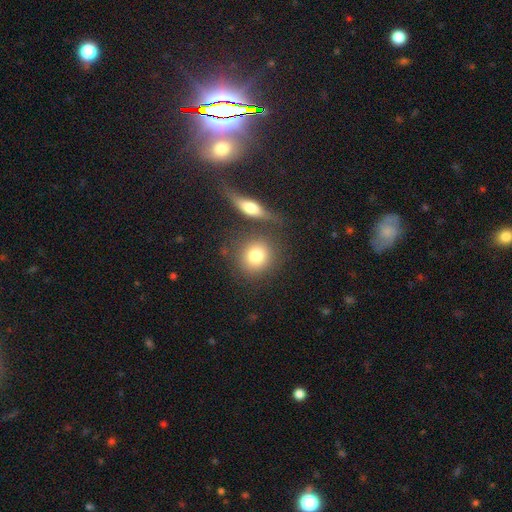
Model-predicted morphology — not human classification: This appears to be a smooth galaxy with no disk features (78%) that is round (83%). Merging: none (70%).